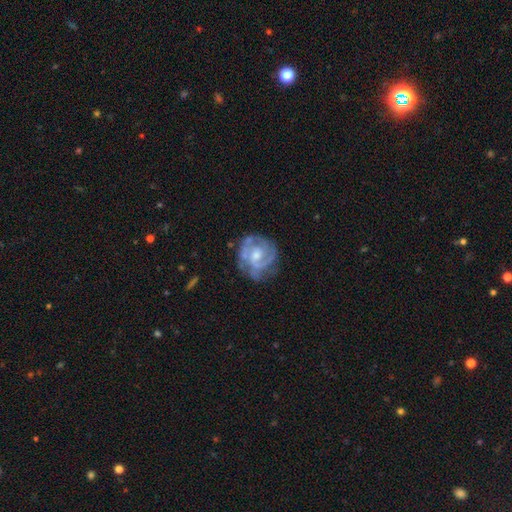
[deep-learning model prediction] This appears to be a featured or disk galaxy (80%) with no bar (60%), 2 (41%) tight (55%) spiral arms (87%) and a moderate central bulge (54%). Merging: none (64%).